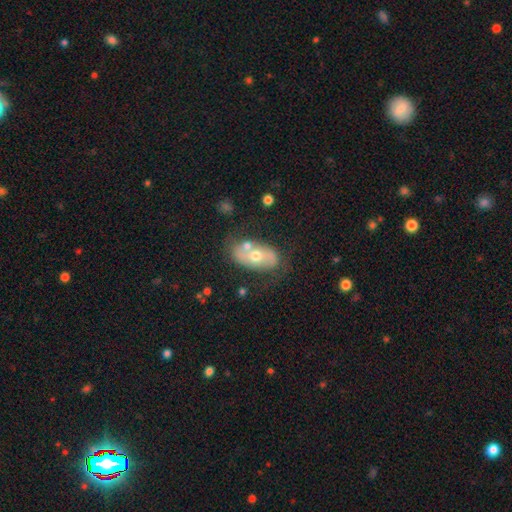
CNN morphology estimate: A featured or disk galaxy (55%).

Vote fractions:
- Smooth or featured? featured or disk: 55% / smooth: 38% / star or artifact: 8%
- Edge-on disk? no: 91% / yes: 9%
- Merging? none: 60% / minor disturbance: 19% / merger: 13% / major disturbance: 8%